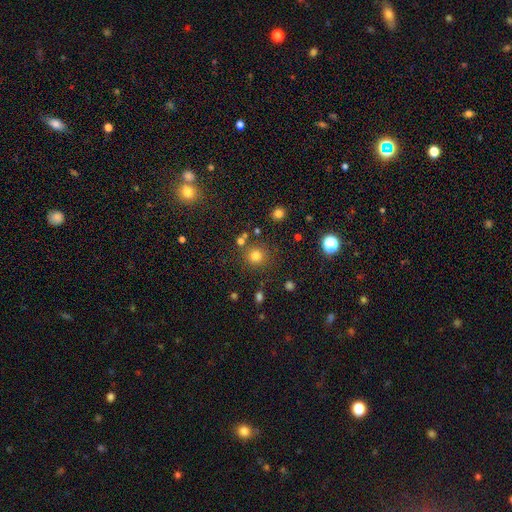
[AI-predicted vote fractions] smooth_or_featured: smooth (p=0.77) [alt: star or artifact p=0.17]
how_rounded: round (p=0.91) [alt: in between p=0.08]
merging: none (p=0.80) [alt: minor disturbance p=0.09]